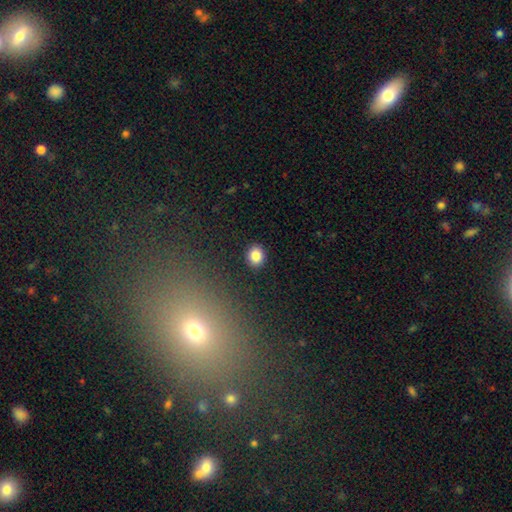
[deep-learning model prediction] A smooth galaxy with no disk features (85%) that is round (66%).

Vote fractions:
- Smooth or featured? smooth: 85% / star or artifact: 10% / featured or disk: 5%
- How rounded? round: 66% / in between: 33% / cigar-shaped: 1%
- Merging? none: 90% / minor disturbance: 7% / major disturbance: 2% / merger: 1%